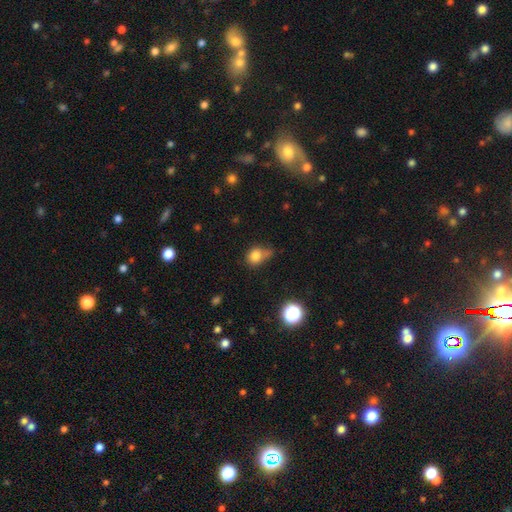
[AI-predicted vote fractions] smooth-or-featured: smooth: 79% | star or artifact: 13% | featured or disk: 8%
  how-rounded: round: 62% | in between: 37% | cigar-shaped: 1%
  merging: none: 42% | minor disturbance: 33% | major disturbance: 12% | merger: 12%